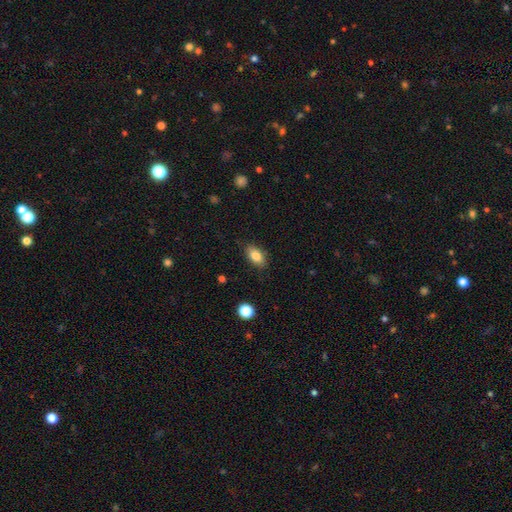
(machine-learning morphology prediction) Q: Smooth or featured?
A: smooth (83%); runner-up: featured or disk (9%)
Q: How rounded?
A: in between (89%); runner-up: round (7%)
Q: Merging?
A: none (85%); runner-up: minor disturbance (11%)